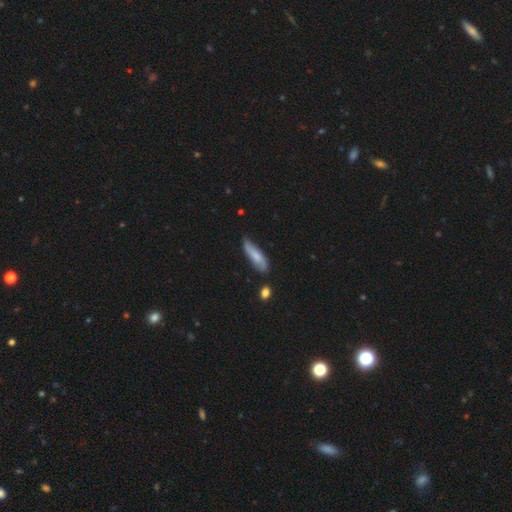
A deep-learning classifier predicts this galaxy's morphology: Smooth or featured?
  - smooth: 62% *
  - featured or disk: 32%
  - star or artifact: 6%
How rounded?
  - cigar-shaped: 56% *
  - in between: 42%
  - round: 2%
Merging?
  - none: 66% *
  - minor disturbance: 25%
  - major disturbance: 5%
  - merger: 4%